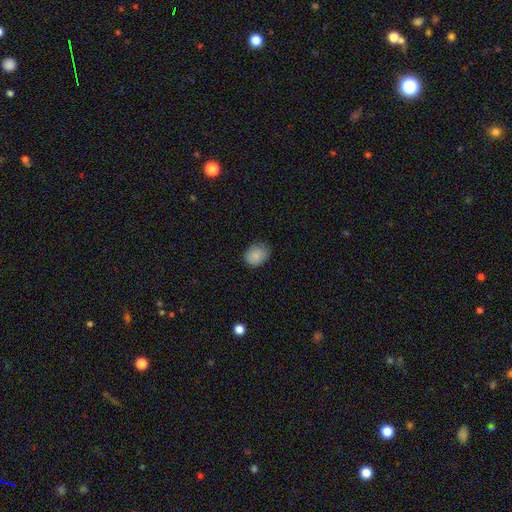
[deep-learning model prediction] This appears to be a smooth galaxy with no disk features (87%) that is in between round and cigar-shaped (58%). Merging: none (77%).